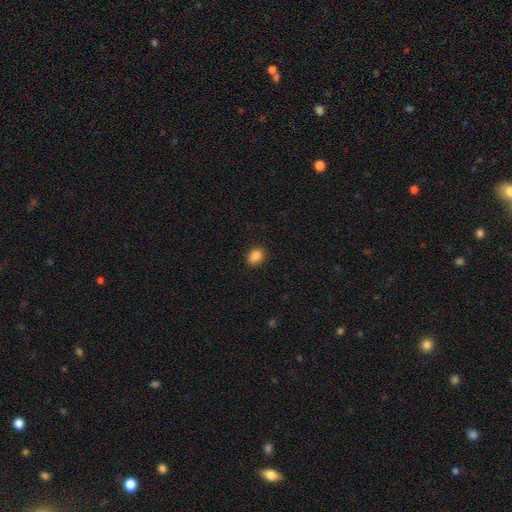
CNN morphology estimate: This is clearly a smooth galaxy (85%). How rounded: possibly in between (50%). Merging: clearly none (84%).